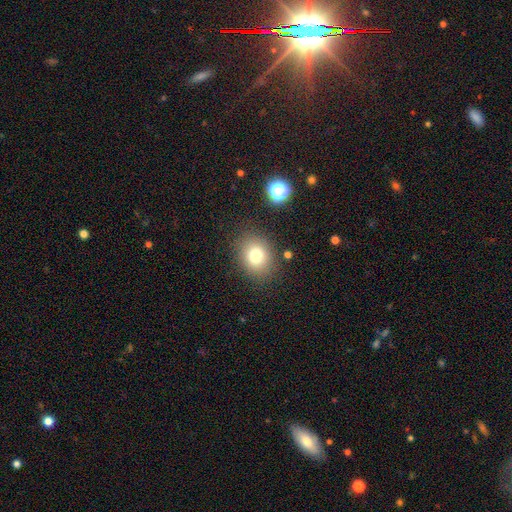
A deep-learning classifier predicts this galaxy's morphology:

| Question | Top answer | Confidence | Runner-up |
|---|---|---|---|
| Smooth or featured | smooth | 77% | star or artifact (13%) |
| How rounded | round | 60% | in between (39%) |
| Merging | none | 84% | minor disturbance (10%) |